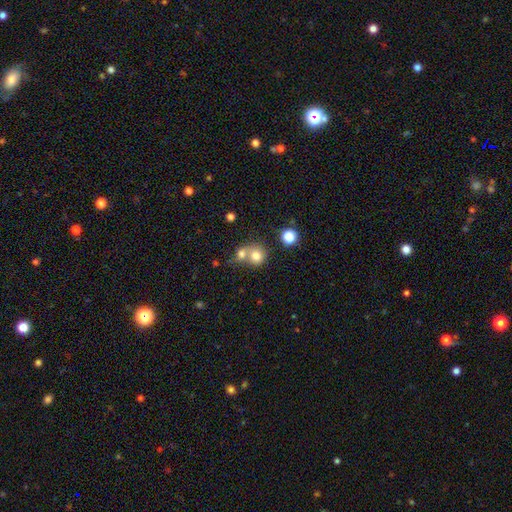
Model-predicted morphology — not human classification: Q: Smooth or featured?
A: smooth (77%); runner-up: featured or disk (12%)
Q: How rounded?
A: round (81%); runner-up: in between (18%)
Q: Merging?
A: merger (57%); runner-up: none (32%)